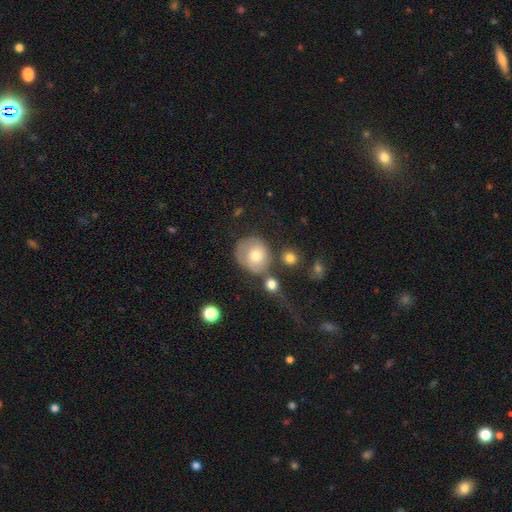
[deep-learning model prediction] This is likely a smooth galaxy (60%). How rounded: likely round (79%). Merging: possibly none (46%).